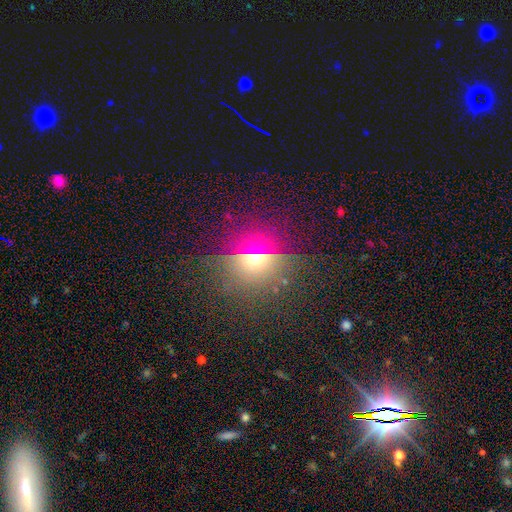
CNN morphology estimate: smooth_or_featured: smooth (p=0.45) [alt: star or artifact p=0.32]
merging: none (p=0.80) [alt: minor disturbance p=0.11]